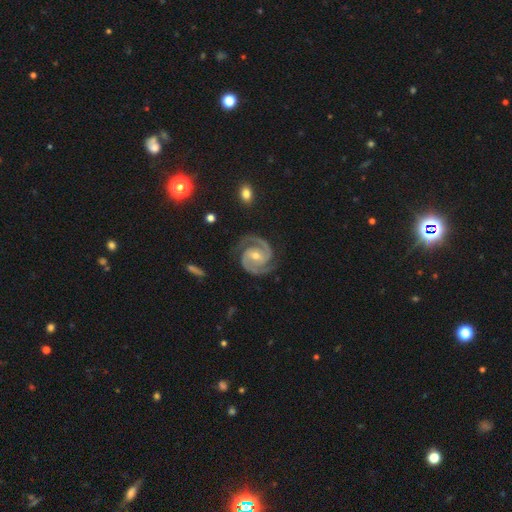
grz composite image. It shows a featured or disk galaxy (95%) with a weak bar (47%), 2 (97%) medium (44%) spiral arms (100%) and a moderate central bulge (53%). Merging: none (81%).